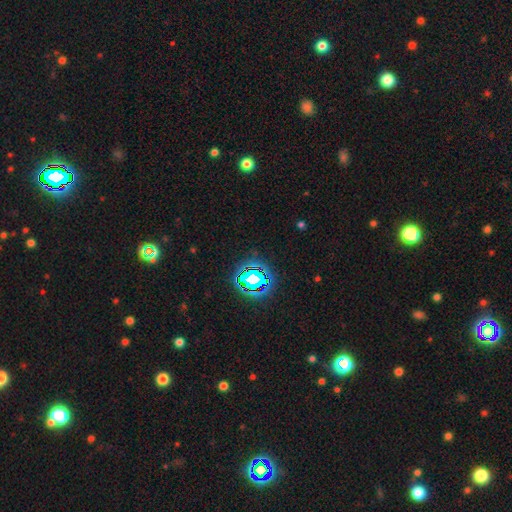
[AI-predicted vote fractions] Morphology: type=star or artifact (76%).